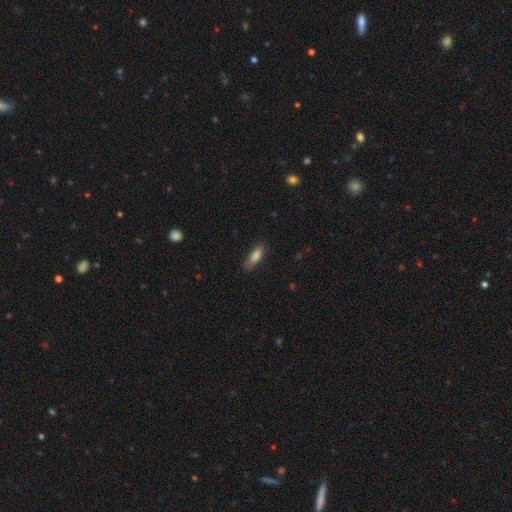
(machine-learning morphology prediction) This appears to be a smooth galaxy with no disk features (81%) that is in between round and cigar-shaped (54%). Merging: none (75%).